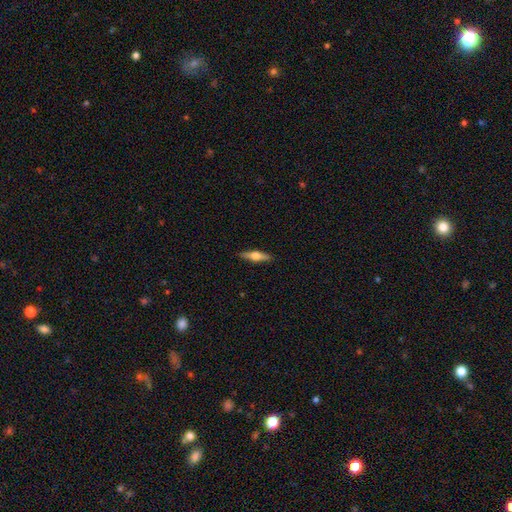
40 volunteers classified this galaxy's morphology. Smooth or featured? 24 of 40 (60%) said featured or disk. Edge-on disk? 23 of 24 (96%) said yes. Edge-on bulge? 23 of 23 (100%) said rounded. Merging? 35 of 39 (90%) said none.